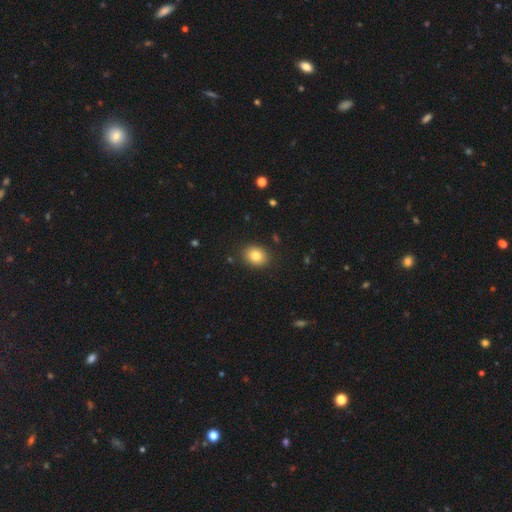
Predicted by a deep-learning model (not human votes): Smooth or featured? Predicted: smooth (p=0.83). How rounded? Predicted: in between (p=0.54). Merging? Predicted: none (p=0.88).